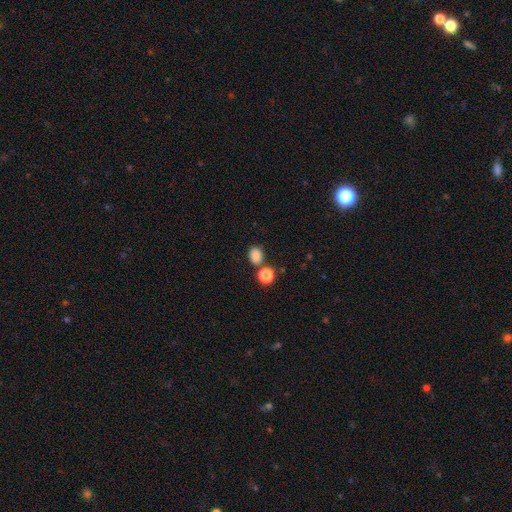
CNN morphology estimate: smooth-or-featured: smooth: 84% | star or artifact: 11% | featured or disk: 4%
  how-rounded: in between: 52% | round: 47% | cigar-shaped: 1%
  merging: none: 70% | merger: 16% | minor disturbance: 10% | major disturbance: 3%